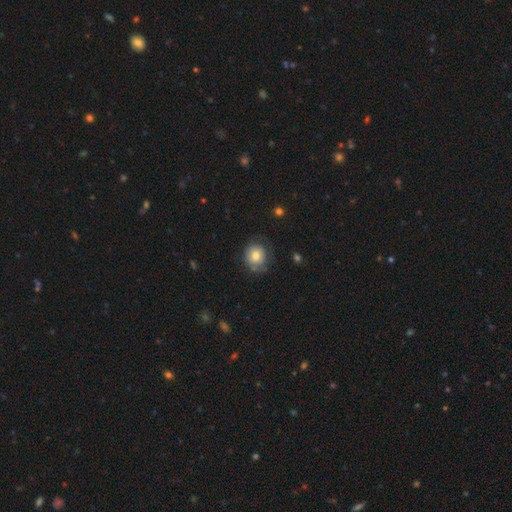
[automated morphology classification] A smooth galaxy with no disk features (72%) that is round (79%).

Vote fractions:
- Smooth or featured? smooth: 72% / featured or disk: 19% / star or artifact: 9%
- How rounded? round: 79% / in between: 20% / cigar-shaped: 1%
- Merging? none: 66% / minor disturbance: 23% / major disturbance: 9% / merger: 2%